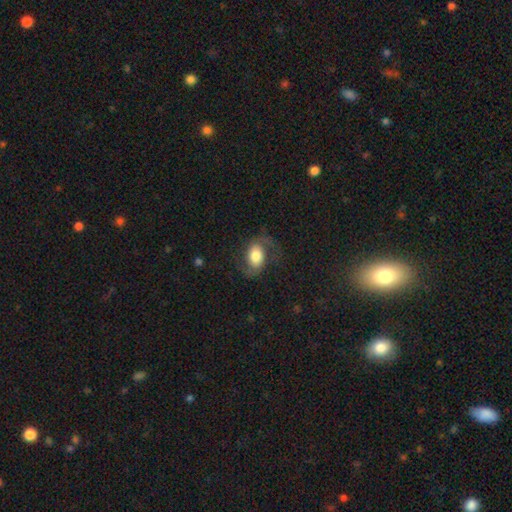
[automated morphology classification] featured or disk 60%, smooth 32%, star or artifact 8%. Down the decision tree: edge-on disk — no (96%); bar — no (57%); spiral arms — yes (89%); spiral arm count — 2 (90%); spiral winding — loose (49%); bulge size — moderate (41%, tied with large); merging — none (65%).